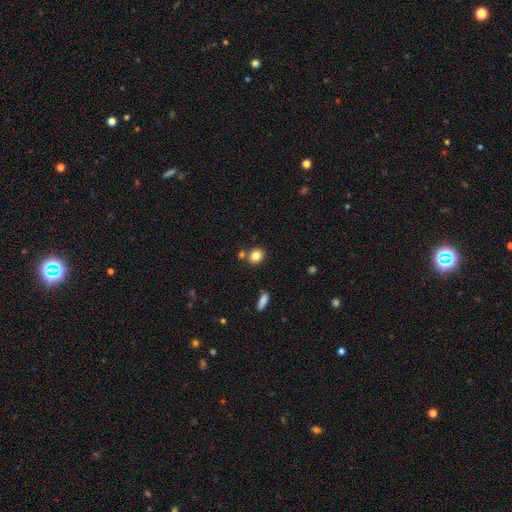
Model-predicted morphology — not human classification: Overall: smooth (83%). How rounded: round (71%). Merging: none (74%).